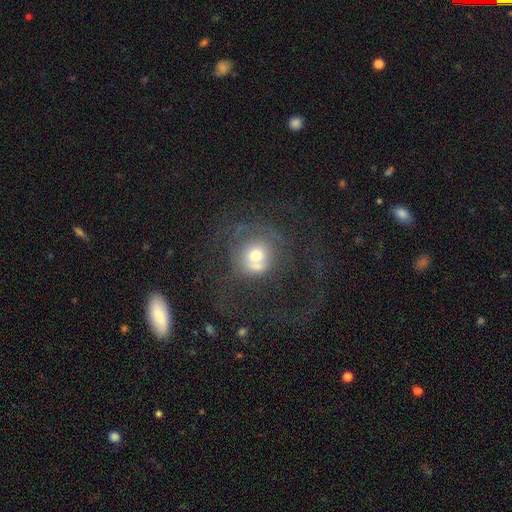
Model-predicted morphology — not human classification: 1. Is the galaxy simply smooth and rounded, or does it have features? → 53% smooth, 32% featured or disk, 16% star or artifact.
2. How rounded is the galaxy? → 87% round, 12% in between, 1% cigar-shaped.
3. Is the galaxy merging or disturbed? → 43% none, 23% major disturbance, 20% merger, 15% minor disturbance.